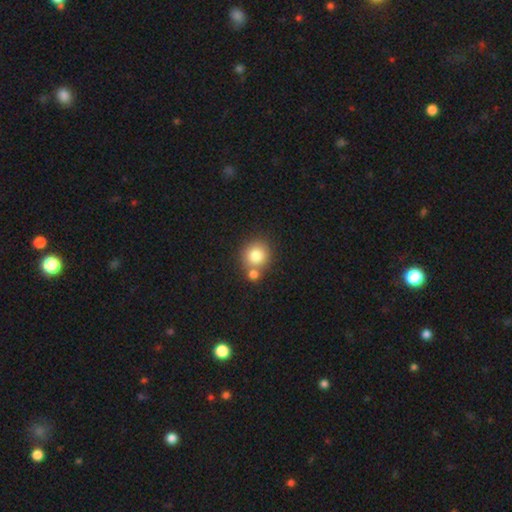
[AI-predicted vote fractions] This is clearly a smooth galaxy (81%). How rounded: clearly round (87%). Merging: possibly none (57%).